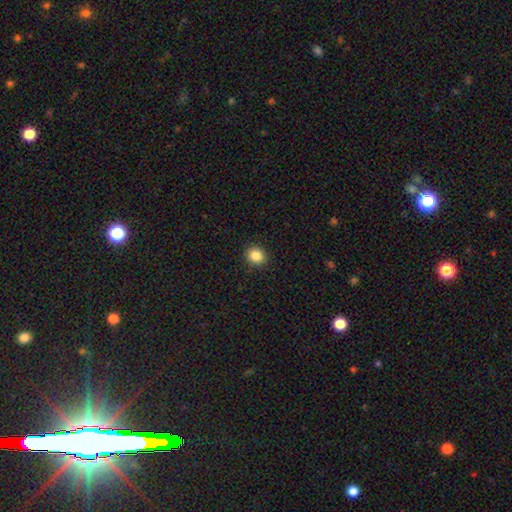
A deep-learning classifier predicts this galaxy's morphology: Smooth or featured?
  - smooth: 86% *
  - star or artifact: 10%
  - featured or disk: 4%
How rounded?
  - round: 76% *
  - in between: 23%
  - cigar-shaped: 1%
Merging?
  - none: 91% *
  - minor disturbance: 6%
  - major disturbance: 2%
  - merger: 1%